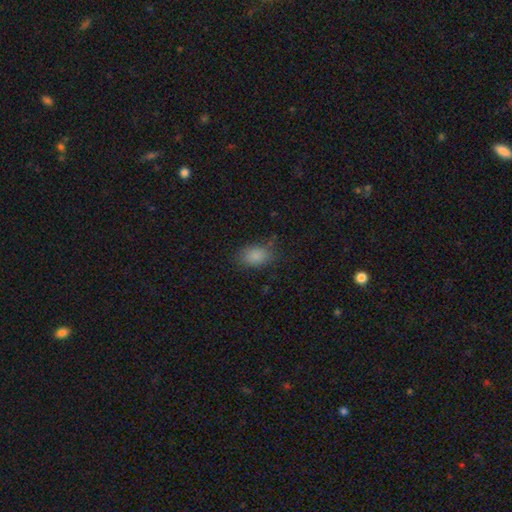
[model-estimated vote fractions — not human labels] Smooth or featured? smooth (86%)
How rounded? in between (85%)
Merging? none (76%)